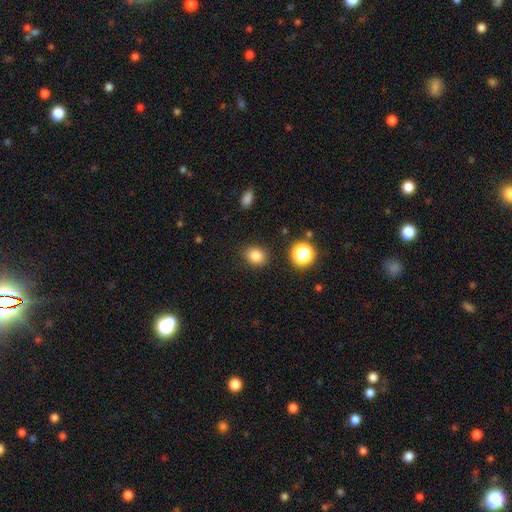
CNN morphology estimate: A smooth galaxy with no disk features (82%) that is round (63%). Merging: none (85%).